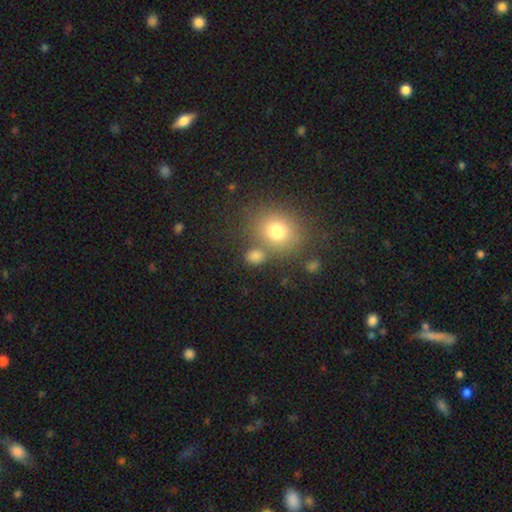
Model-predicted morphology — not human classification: Overall: smooth (77%). How rounded: round (59%; in between 39%). Merging: none (67%).